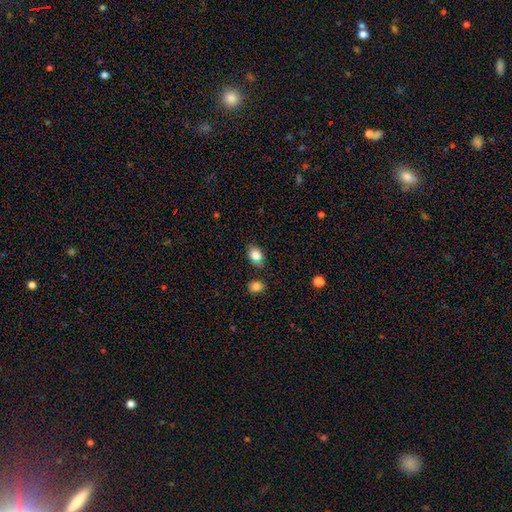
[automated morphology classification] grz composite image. It shows a smooth galaxy with no disk features (81%) that is in between round and cigar-shaped (74%). Merging: none (81%).